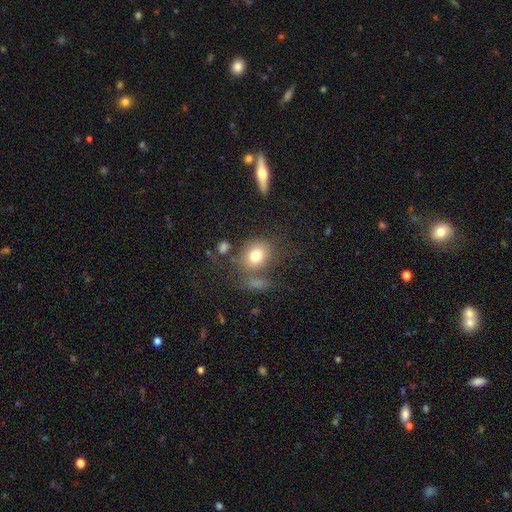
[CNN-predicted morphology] Smooth or featured: smooth — 78% (featured or disk — 12%)
How rounded: round — 54% (in between — 45%)
Merging: none — 58% (minor disturbance — 17%)